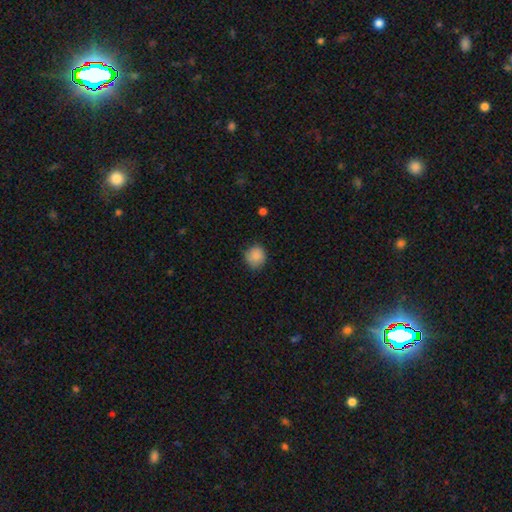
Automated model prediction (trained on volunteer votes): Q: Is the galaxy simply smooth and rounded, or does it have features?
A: smooth — 86%.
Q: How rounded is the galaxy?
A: round — 86%.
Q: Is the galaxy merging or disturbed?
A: none — 78%.